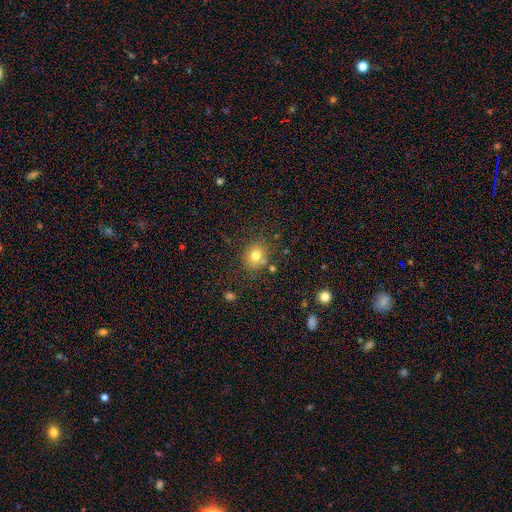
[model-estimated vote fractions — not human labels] A smooth galaxy with no disk features (76%) that is round (68%).

Vote fractions:
- Smooth or featured? smooth: 76% / star or artifact: 14% / featured or disk: 10%
- How rounded? round: 68% / in between: 31% / cigar-shaped: 1%
- Merging? none: 75% / minor disturbance: 13% / merger: 8% / major disturbance: 4%